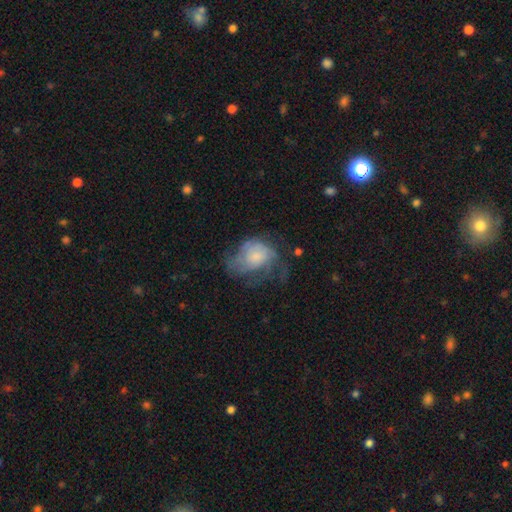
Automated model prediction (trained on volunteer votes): Smooth or featured? featured or disk (54%)
Edge-on disk? no (97%)
Bar? no (78%)
Spiral arms? yes (72%)
Bulge size? moderate (32%)
Merging? major disturbance (37%)